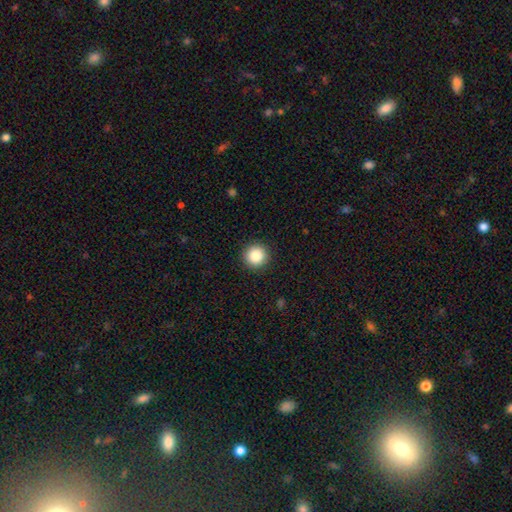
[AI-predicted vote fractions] This appears to be a smooth galaxy with no disk features (86%) that is round (95%). Merging: none (92%).